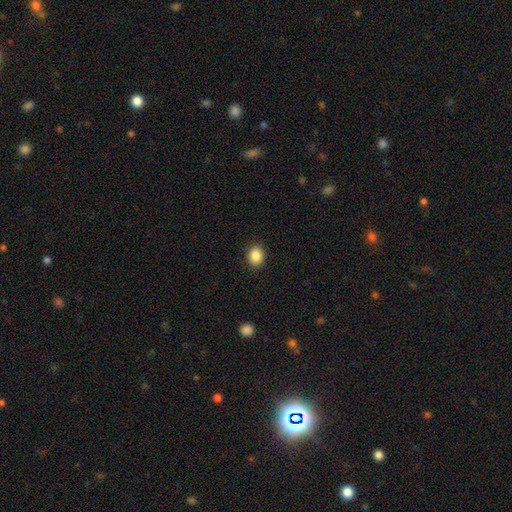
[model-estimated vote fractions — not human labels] Overall: smooth (87%). How rounded: round (56%; in between 43%). Merging: none (90%).